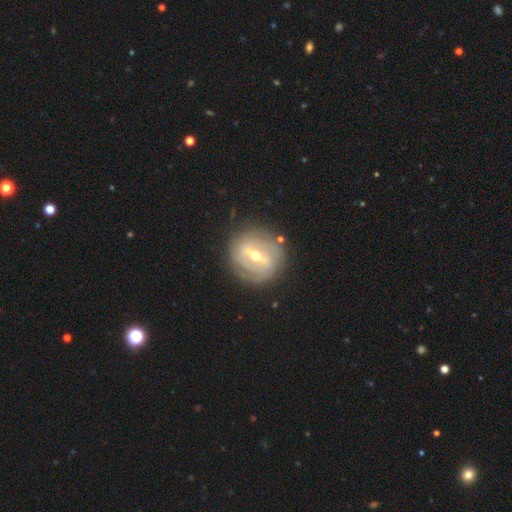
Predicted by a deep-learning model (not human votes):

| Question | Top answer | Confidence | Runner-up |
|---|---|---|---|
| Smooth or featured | featured or disk | 77% | smooth (16%) |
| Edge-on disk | no | 91% | yes (9%) |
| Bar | strong | 55% | weak (34%) |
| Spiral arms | yes | 66% | no (34%) |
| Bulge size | moderate | 58% | small (38%) |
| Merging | none | 80% | minor disturbance (13%) |